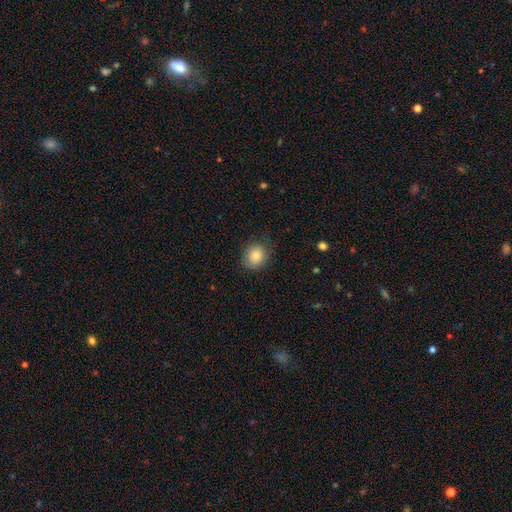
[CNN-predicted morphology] Overall: smooth (83%). How rounded: round (70%). Merging: none (80%).